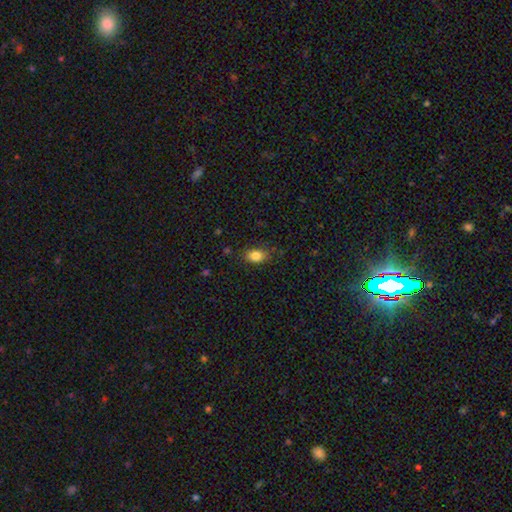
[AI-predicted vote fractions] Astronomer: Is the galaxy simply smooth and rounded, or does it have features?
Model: smooth — 85%.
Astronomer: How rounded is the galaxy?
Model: in between — 83%.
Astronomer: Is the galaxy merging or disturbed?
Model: none — 82%.